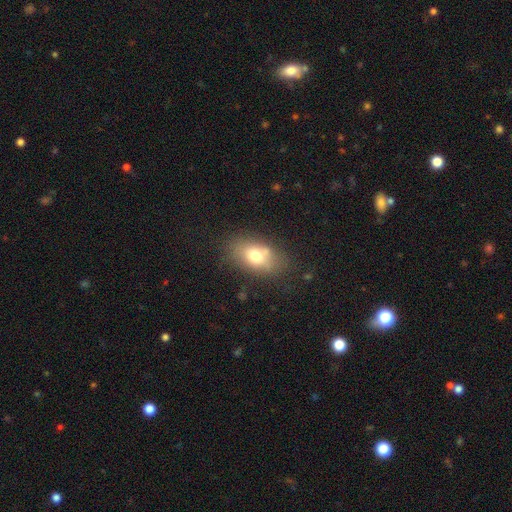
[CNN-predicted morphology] type=smooth (71%); roundness=in between (84%); merging=none (69%).